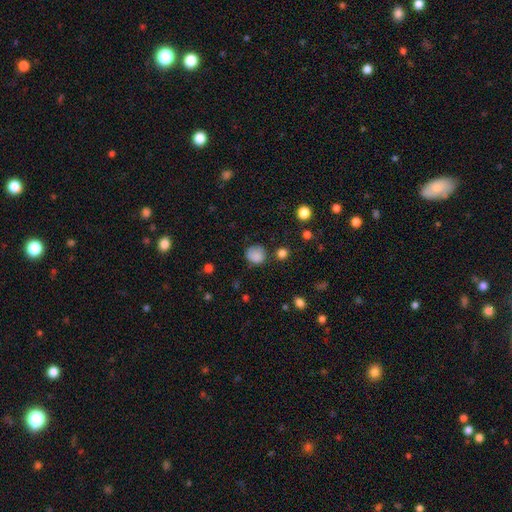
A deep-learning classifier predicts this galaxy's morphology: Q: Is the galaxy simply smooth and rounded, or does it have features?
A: smooth — 83%.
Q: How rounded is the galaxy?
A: round — 76%.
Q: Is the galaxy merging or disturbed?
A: none — 66%.